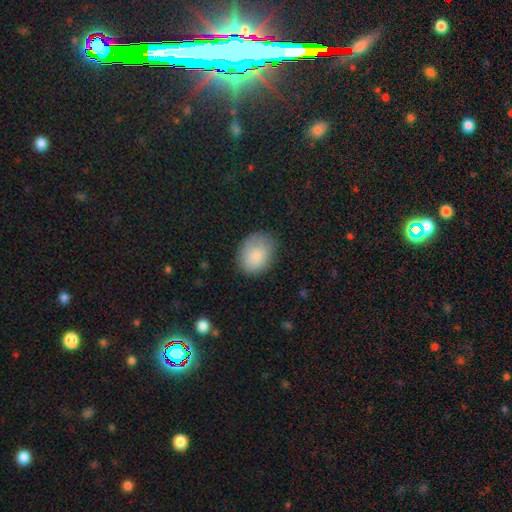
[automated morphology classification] smooth 86%, featured or disk 7%, star or artifact 7%. Down the decision tree: how rounded — in between (62%); merging — none (74%).